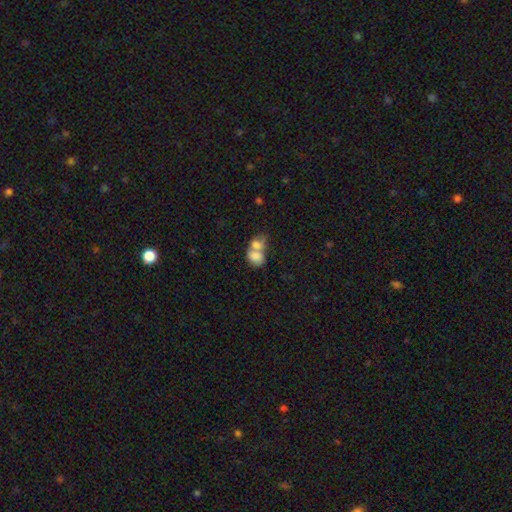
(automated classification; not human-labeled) This appears to be a smooth galaxy with no disk features (75%) that is in between round and cigar-shaped (66%). Merging: merger (73%).